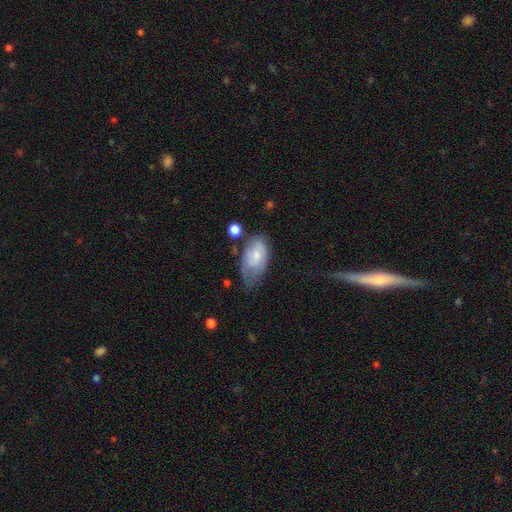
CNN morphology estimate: smooth_or_featured: smooth (p=0.62) [alt: featured or disk p=0.31]
how_rounded: in between (p=0.92) [alt: round p=0.05]
merging: minor disturbance (p=0.38) [alt: none p=0.37]